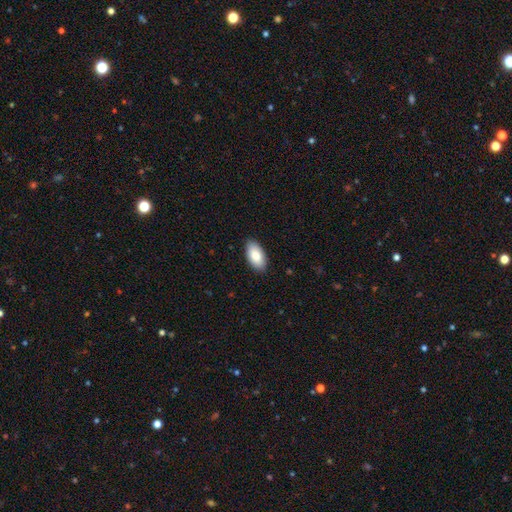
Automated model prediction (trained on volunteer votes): This appears to be a smooth galaxy with no disk features (84%) that is in between round and cigar-shaped (95%). Merging: none (89%).